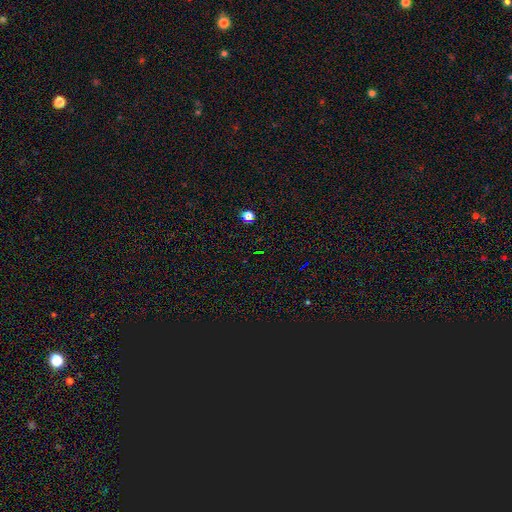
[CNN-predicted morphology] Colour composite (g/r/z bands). It shows a star or artifact, not a galaxy (72%).